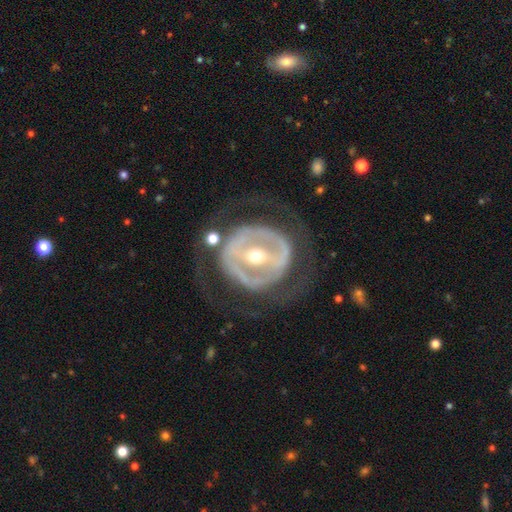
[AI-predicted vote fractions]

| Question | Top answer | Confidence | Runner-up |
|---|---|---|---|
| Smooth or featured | featured or disk | 81% | smooth (13%) |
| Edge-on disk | no | 94% | yes (6%) |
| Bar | strong | 60% | weak (25%) |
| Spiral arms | no | 61% | yes (39%) |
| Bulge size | moderate | 54% | small (41%) |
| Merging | none | 65% | major disturbance (19%) |